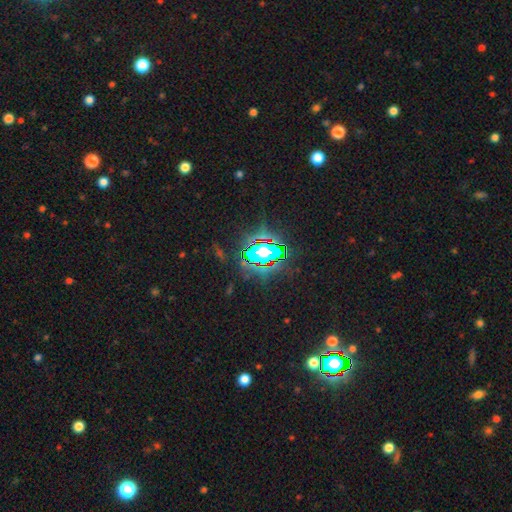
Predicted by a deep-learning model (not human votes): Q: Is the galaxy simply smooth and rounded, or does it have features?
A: star or artifact — 81%.